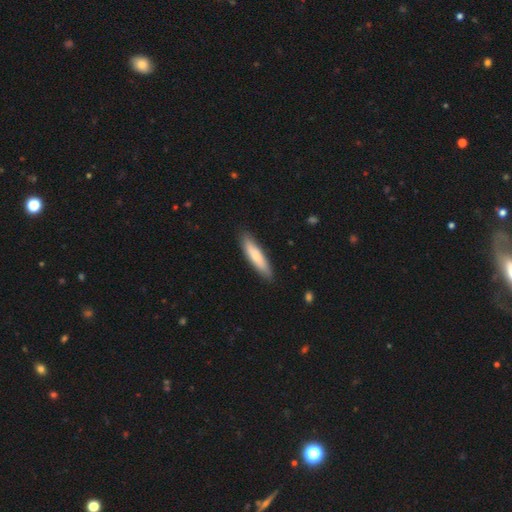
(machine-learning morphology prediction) smooth-or-featured: smooth: 73% | featured or disk: 22% | star or artifact: 5%
  how-rounded: cigar-shaped: 78% | in between: 21% | round: 1%
  merging: none: 86% | minor disturbance: 11% | major disturbance: 2% | merger: 1%